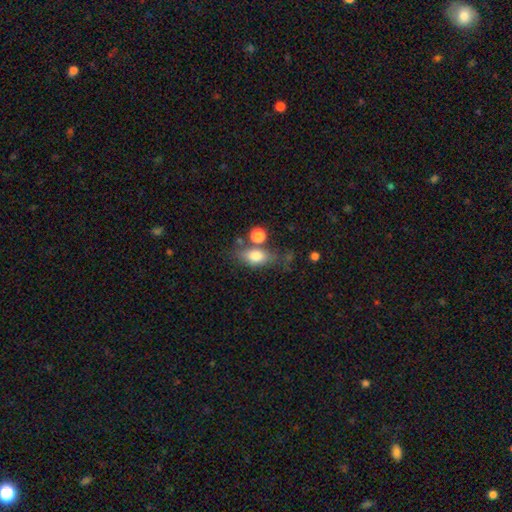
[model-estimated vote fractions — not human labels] Smooth or featured? smooth (75%)
How rounded? in between (76%)
Merging? none (56%)